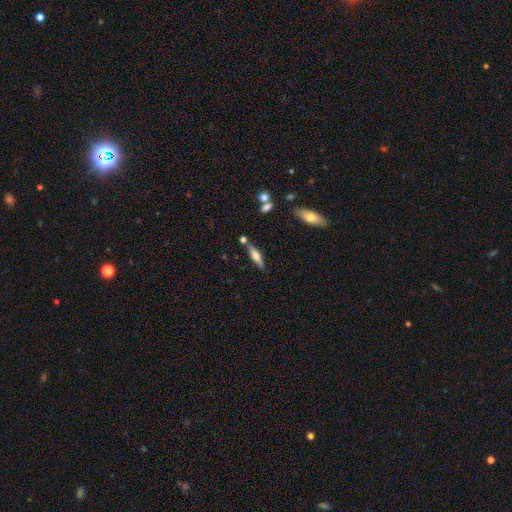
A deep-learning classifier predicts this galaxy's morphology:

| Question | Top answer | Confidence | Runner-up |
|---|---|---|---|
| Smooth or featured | featured or disk | 48% | smooth (45%) |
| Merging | none | 74% | minor disturbance (13%) |